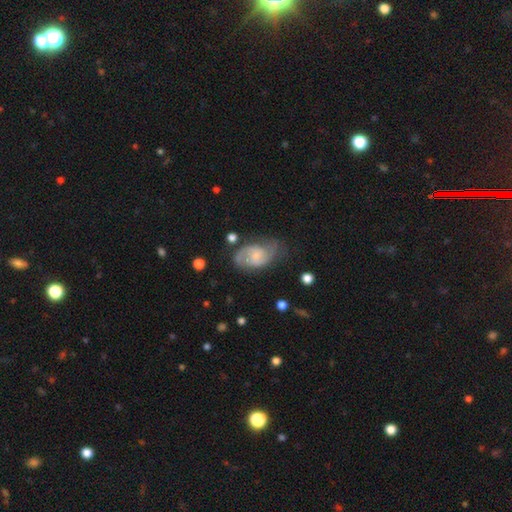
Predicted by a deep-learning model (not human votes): A featured or disk galaxy (66%) with no bar (51%), 2 (79%) medium (49%) spiral arms (89%) and a small central bulge (60%). Merging: none (57%).